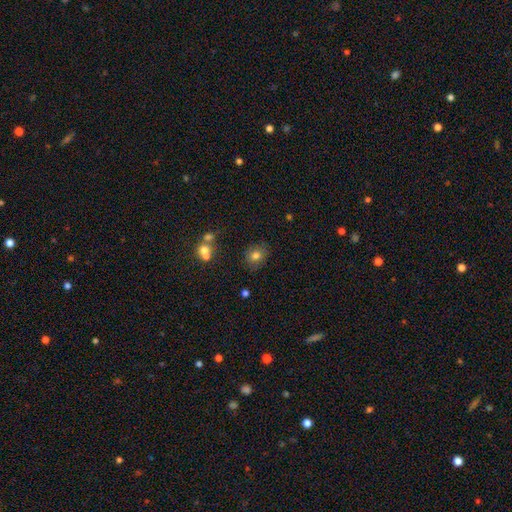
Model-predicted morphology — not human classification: This is likely a smooth galaxy (77%). How rounded: likely round (60%). Merging: likely none (79%).